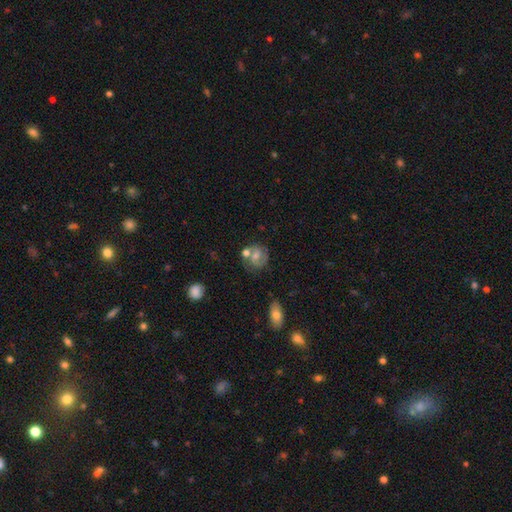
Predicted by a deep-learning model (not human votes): smooth-or-featured: featured or disk: 58% | smooth: 30% | star or artifact: 12%
  disk-edge-on: no: 96% | yes: 4%
    bar: no: 48% | weak: 41% | strong: 11%
    has-spiral-arms: yes: 80% | no: 20%
    bulge-size: moderate: 49% | small: 37% | none: 7% | large: 5% | dominant: 2%
  merging: none: 60% | merger: 18% | minor disturbance: 15% | major disturbance: 7%